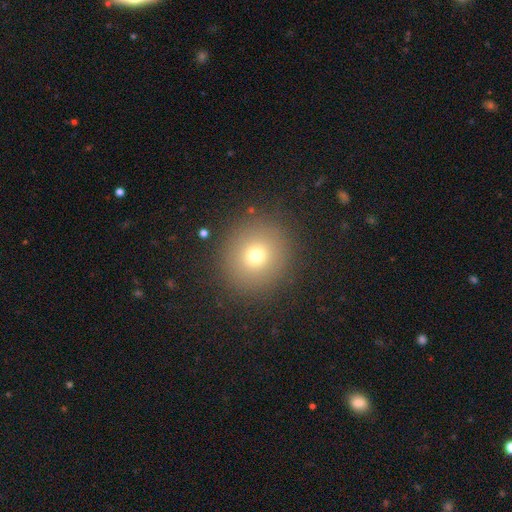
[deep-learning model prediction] Smooth or featured? smooth (72%)
How rounded? round (91%)
Merging? none (89%)